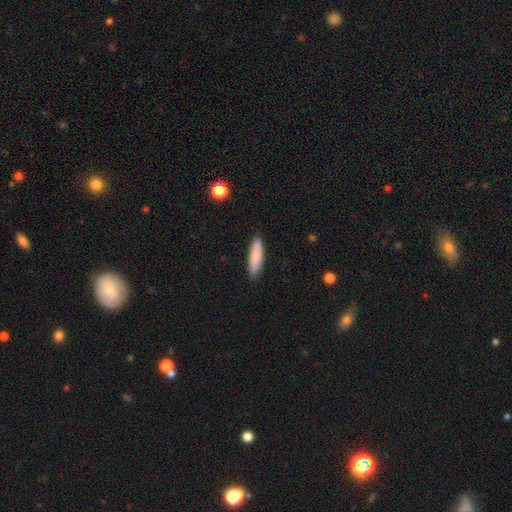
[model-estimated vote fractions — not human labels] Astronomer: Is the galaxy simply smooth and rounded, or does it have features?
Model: smooth — 84%.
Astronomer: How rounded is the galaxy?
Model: cigar-shaped — 69%.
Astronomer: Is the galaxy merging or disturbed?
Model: none — 87%.